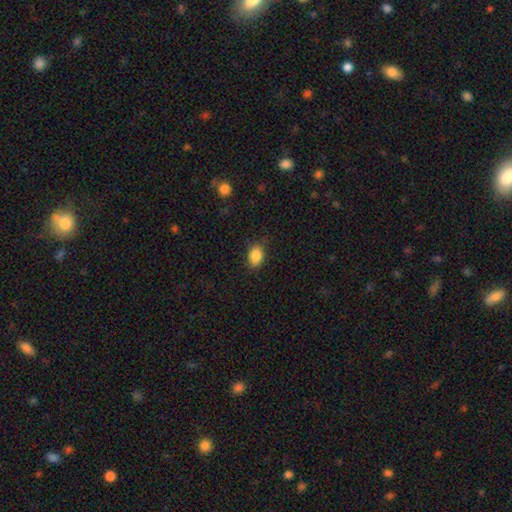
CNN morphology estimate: The model was most divided on "how rounded": in between: 78%, round: 20%, cigar-shaped: 1%. More confident: smooth or featured — smooth (86%); merging — none (80%).